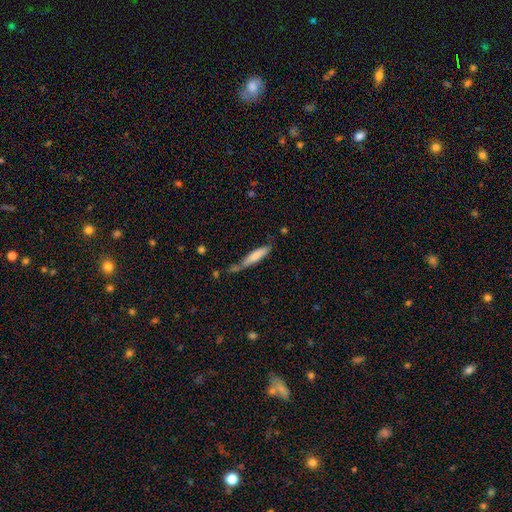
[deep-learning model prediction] Smooth or featured? smooth (70%)
How rounded? cigar-shaped (83%)
Merging? none (51%)